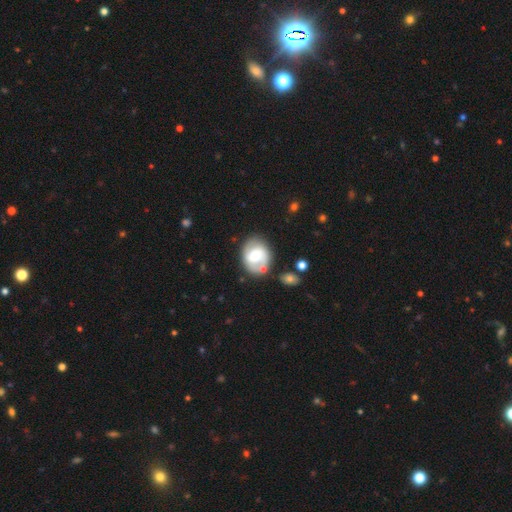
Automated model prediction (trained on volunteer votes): A featured or disk galaxy (56%) with no bar (45%), spiral arms (75%) and a moderate central bulge (55%). Merging: none (66%).